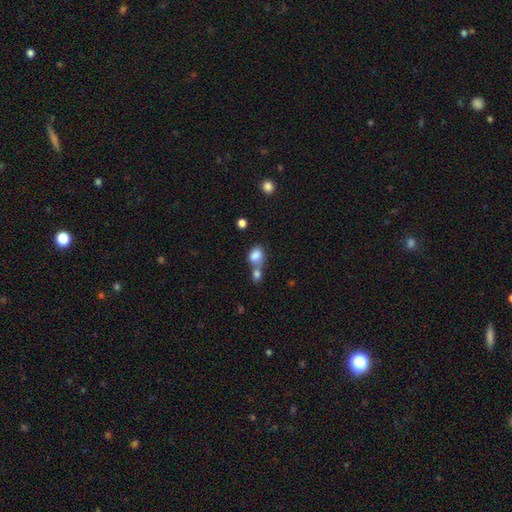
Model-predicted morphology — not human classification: A smooth galaxy with no disk features (83%) that is in between round and cigar-shaped (67%). Merging: merger (58%).